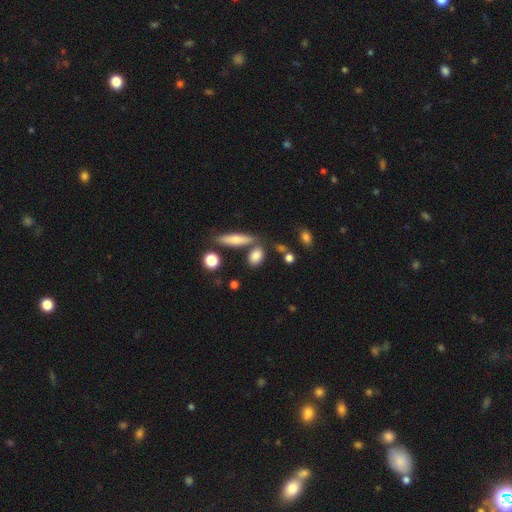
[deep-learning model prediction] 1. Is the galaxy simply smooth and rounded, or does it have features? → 80% smooth, 11% featured or disk, 9% star or artifact.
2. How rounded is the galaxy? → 70% in between, 18% round, 12% cigar-shaped.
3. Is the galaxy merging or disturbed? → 66% none, 16% merger, 13% minor disturbance, 4% major disturbance.